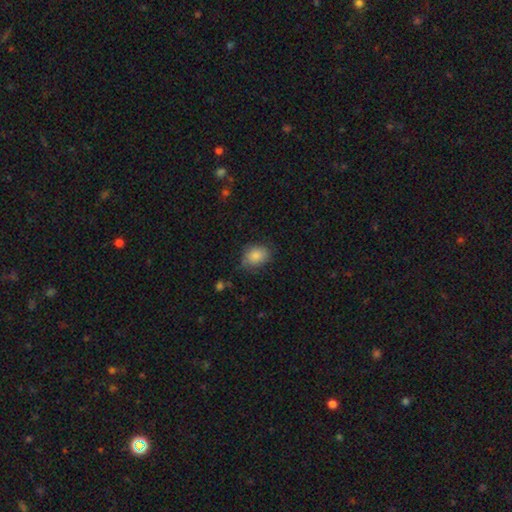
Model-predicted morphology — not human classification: Q: Smooth or featured?
A: smooth (85%); runner-up: star or artifact (8%)
Q: How rounded?
A: in between (62%); runner-up: round (37%)
Q: Merging?
A: none (71%); runner-up: minor disturbance (23%)